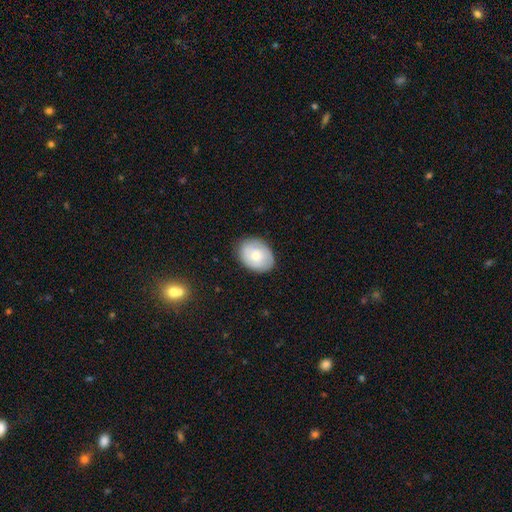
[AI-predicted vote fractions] Smooth or featured: smooth — 59% (featured or disk — 34%)
How rounded: in between — 65% (round — 34%)
Merging: none — 83% (minor disturbance — 13%)